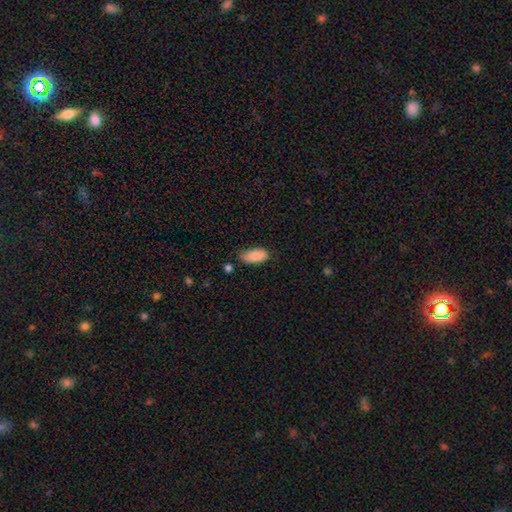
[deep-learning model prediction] Smooth or featured? Predicted: smooth (p=0.88). How rounded? Predicted: in between (p=0.90). Merging? Predicted: none (p=0.63).